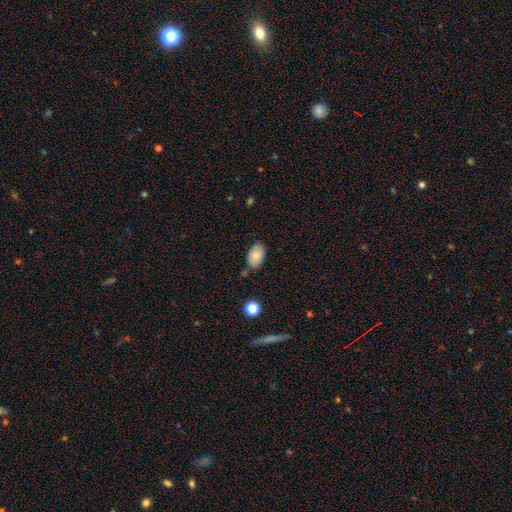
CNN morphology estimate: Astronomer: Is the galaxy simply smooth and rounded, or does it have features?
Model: smooth — 79%.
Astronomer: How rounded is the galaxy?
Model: in between — 91%.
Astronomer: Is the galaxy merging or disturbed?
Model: none — 76%.